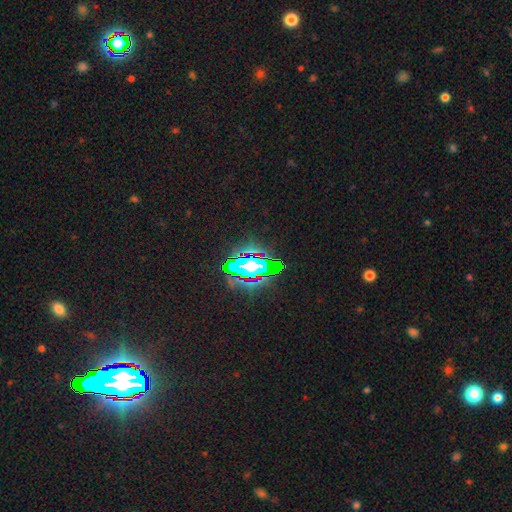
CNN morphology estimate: Smooth or featured? star or artifact (63%)